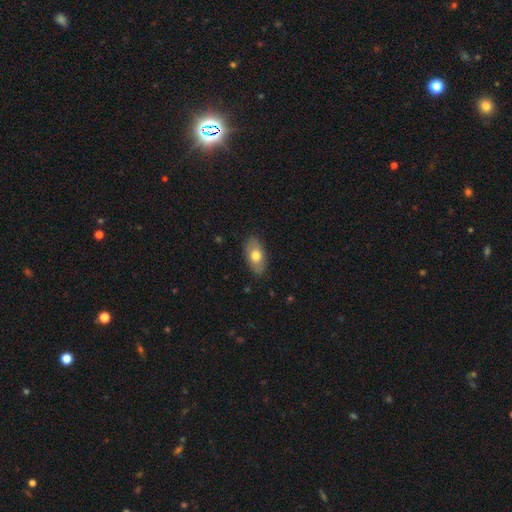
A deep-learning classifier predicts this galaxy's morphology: Smooth or featured? Predicted: smooth (p=0.71). How rounded? Predicted: in between (p=0.92). Merging? Predicted: none (p=0.85).